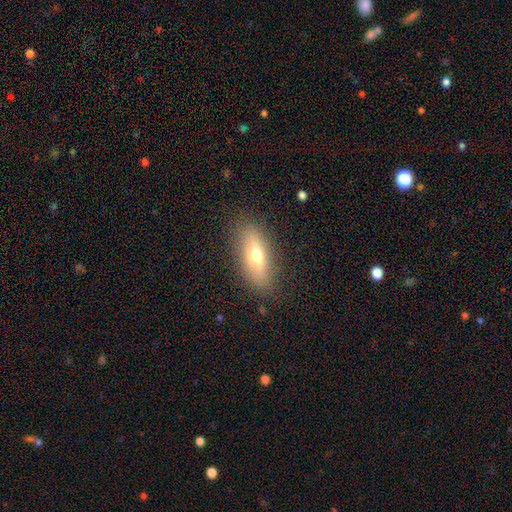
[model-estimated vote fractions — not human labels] Smooth or featured: smooth — 60% (featured or disk — 32%)
How rounded: in between — 63% (cigar-shaped — 33%)
Merging: none — 84% (minor disturbance — 11%)